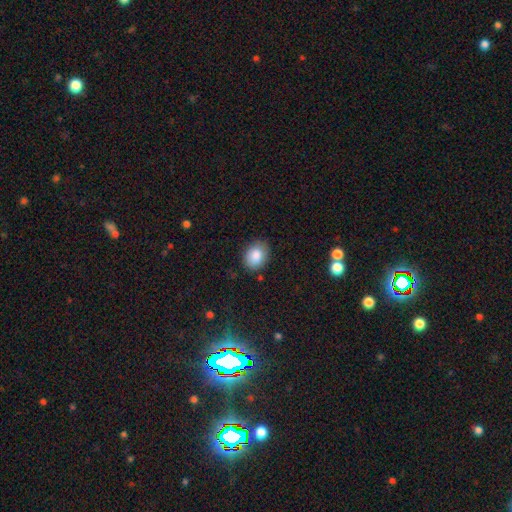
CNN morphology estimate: Smooth or featured: smooth — 85% (star or artifact — 8%)
How rounded: in between — 67% (round — 32%)
Merging: none — 82% (minor disturbance — 14%)